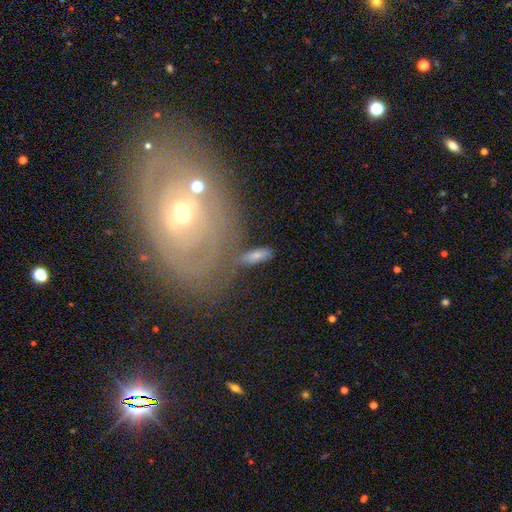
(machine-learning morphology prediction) The model was most divided on "how rounded": in between: 54%, cigar-shaped: 41%, round: 6%. More confident: smooth or featured — smooth (67%); merging — none (63%).